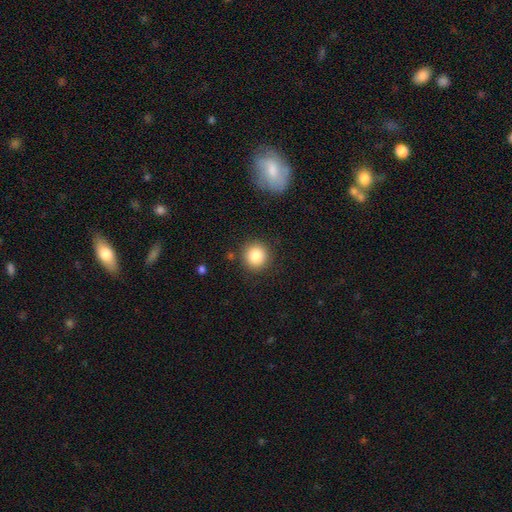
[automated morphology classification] This appears to be a smooth galaxy with no disk features (83%) that is round (93%). Merging: none (88%).